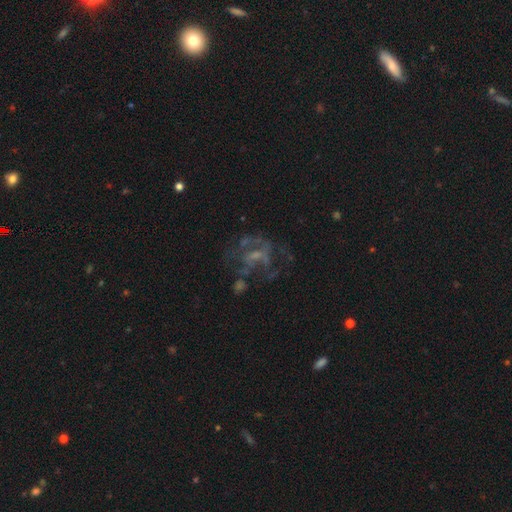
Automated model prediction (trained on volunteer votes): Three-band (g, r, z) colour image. It shows a featured or disk galaxy (66%) with no bar (60%), no spiral arms (56%) and a small central bulge (41%). Merging: none (45%).